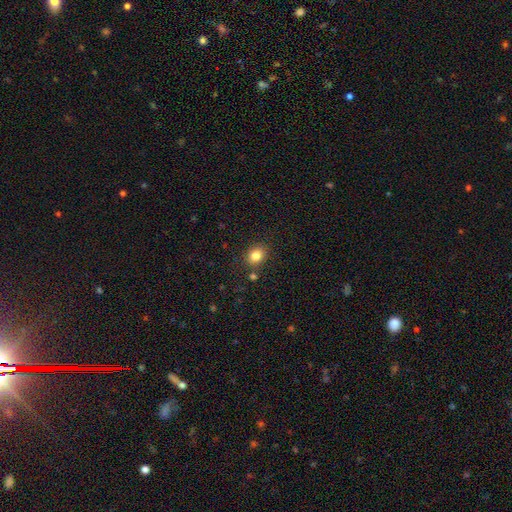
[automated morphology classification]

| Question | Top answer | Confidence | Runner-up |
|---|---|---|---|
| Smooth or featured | smooth | 83% | star or artifact (10%) |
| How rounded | round | 50% | tied: in between (50%) |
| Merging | none | 84% | minor disturbance (9%) |